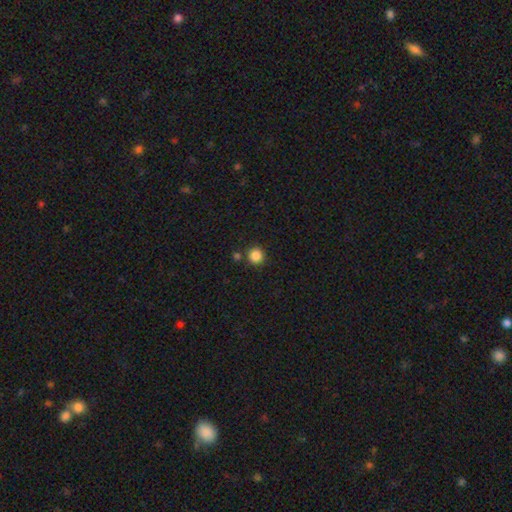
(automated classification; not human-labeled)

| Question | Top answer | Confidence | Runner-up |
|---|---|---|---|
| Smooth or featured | smooth | 86% | star or artifact (11%) |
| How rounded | round | 94% | in between (5%) |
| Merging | none | 85% | minor disturbance (7%) |